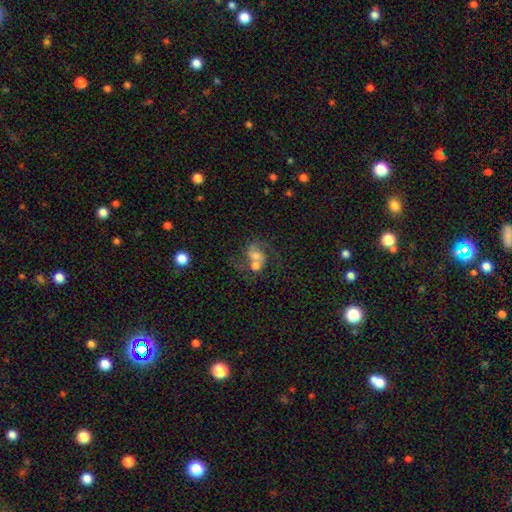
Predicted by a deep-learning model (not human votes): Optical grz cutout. It shows a featured or disk galaxy (56%) with no bar (57%), spiral arms (83%) and a moderate central bulge (42%). Merging: merger (47%).